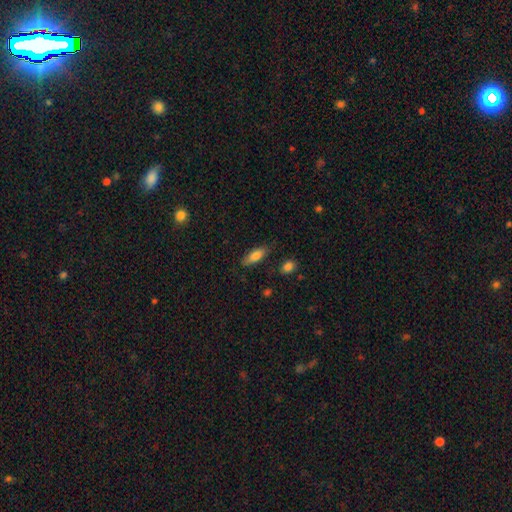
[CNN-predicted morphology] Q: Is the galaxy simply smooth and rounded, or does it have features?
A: smooth — 78%.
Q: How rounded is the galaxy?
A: in between — 69%.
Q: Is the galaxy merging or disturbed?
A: none — 80%.